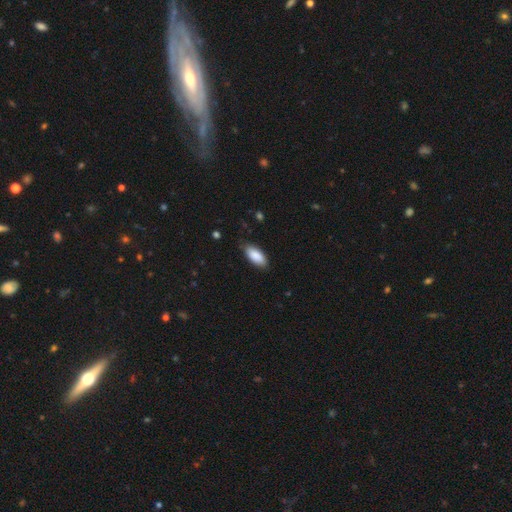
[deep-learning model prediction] A smooth galaxy with no disk features (89%) that is in between round and cigar-shaped (89%).

Vote fractions:
- Smooth or featured? smooth: 89% / star or artifact: 6% / featured or disk: 5%
- How rounded? in between: 89% / cigar-shaped: 9% / round: 2%
- Merging? none: 83% / minor disturbance: 14% / major disturbance: 2% / merger: 1%